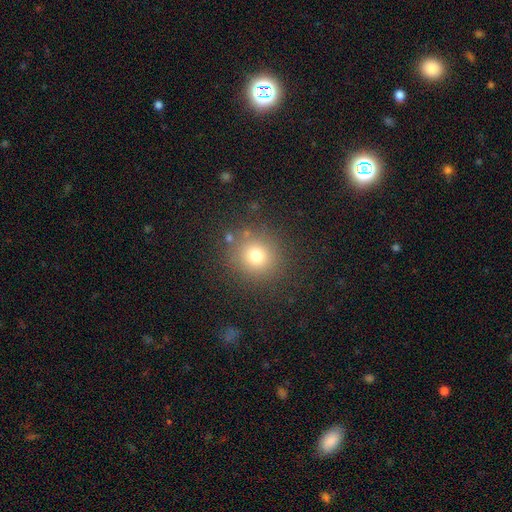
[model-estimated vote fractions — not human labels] Smooth or featured: smooth — 74% (star or artifact — 17%)
How rounded: round — 91% (in between — 8%)
Merging: none — 85% (minor disturbance — 8%)